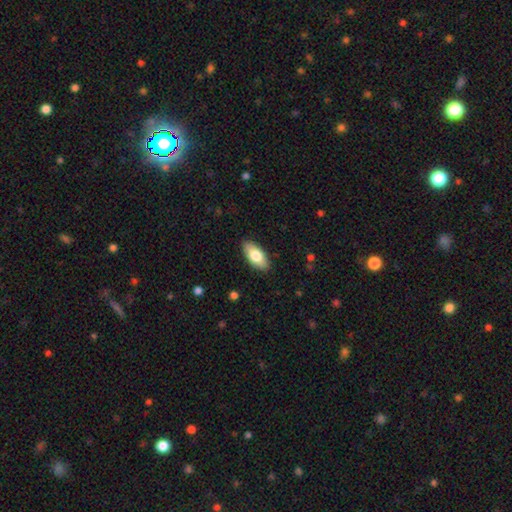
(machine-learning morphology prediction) A smooth galaxy with no disk features (77%) that is in between round and cigar-shaped (88%). Merging: none (88%).